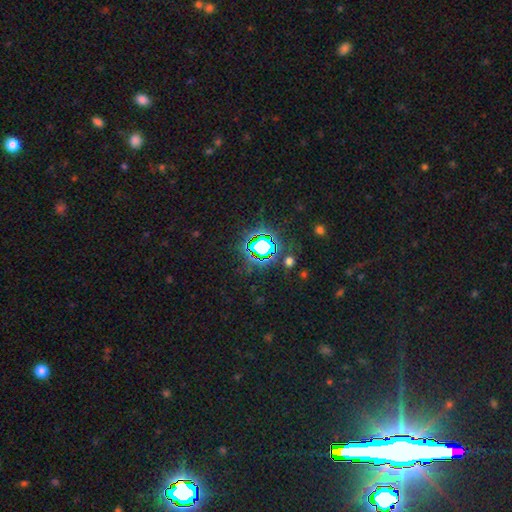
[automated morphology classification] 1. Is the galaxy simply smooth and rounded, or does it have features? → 81% star or artifact, 12% smooth, 7% featured or disk.